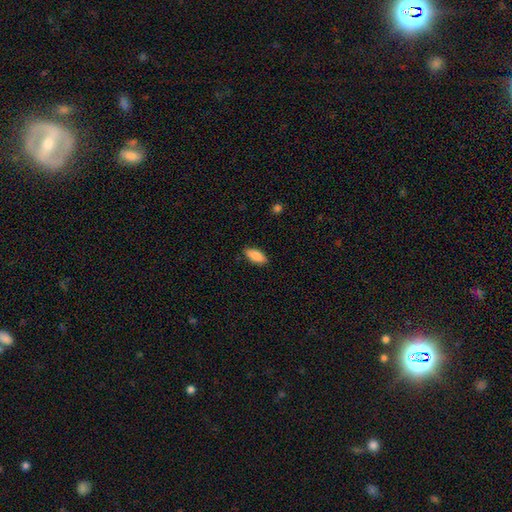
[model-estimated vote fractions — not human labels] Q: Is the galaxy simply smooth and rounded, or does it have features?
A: smooth — 87%.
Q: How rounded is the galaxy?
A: in between — 85%.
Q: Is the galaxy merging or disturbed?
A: none — 88%.